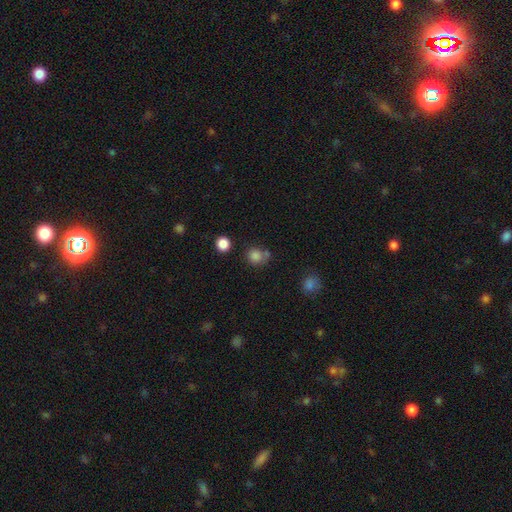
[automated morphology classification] A smooth galaxy with no disk features (81%) that is round (81%).

Vote fractions:
- Smooth or featured? smooth: 81% / star or artifact: 13% / featured or disk: 6%
- How rounded? round: 81% / in between: 18% / cigar-shaped: 1%
- Merging? none: 59% / merger: 18% / minor disturbance: 16% / major disturbance: 6%